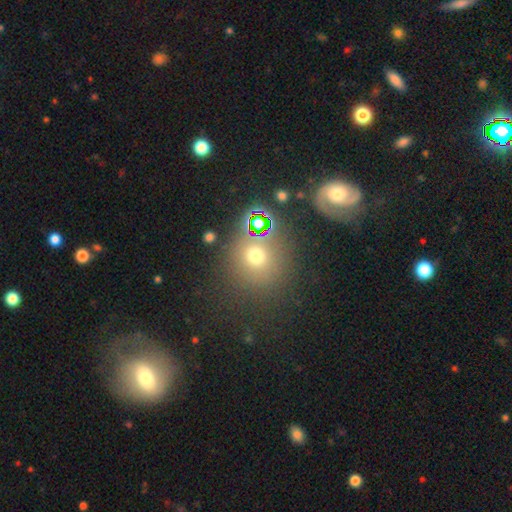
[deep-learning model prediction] The model was most divided on "smooth or featured": smooth: 65%, star or artifact: 25%, featured or disk: 11%. More confident: how rounded — round (88%); merging — none (76%).